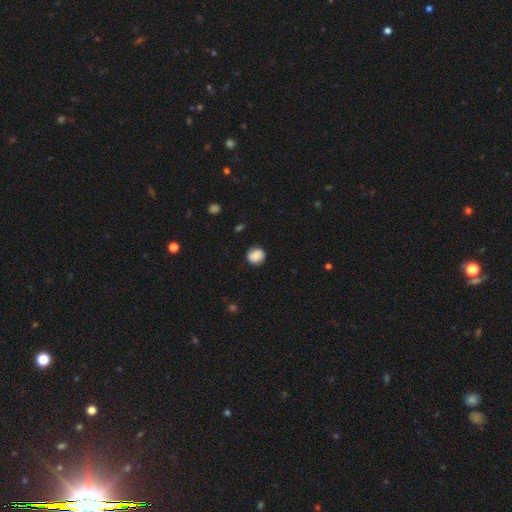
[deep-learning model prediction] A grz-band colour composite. It shows a smooth galaxy with no disk features (83%) that is round (88%). Merging: none (85%).